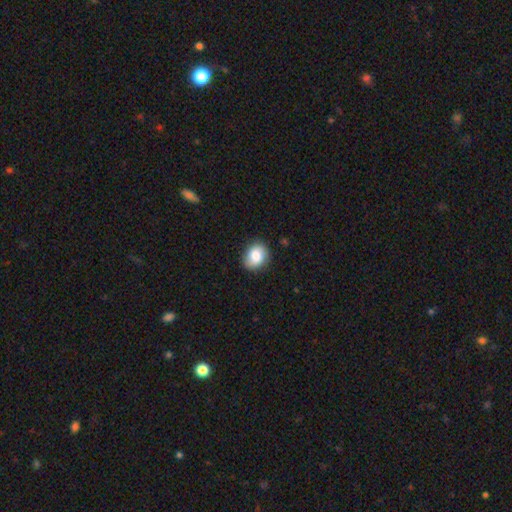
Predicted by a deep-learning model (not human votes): Q: Smooth or featured?
A: smooth (81%); runner-up: featured or disk (11%)
Q: How rounded?
A: round (51%); runner-up: in between (48%)
Q: Merging?
A: none (83%); runner-up: minor disturbance (13%)